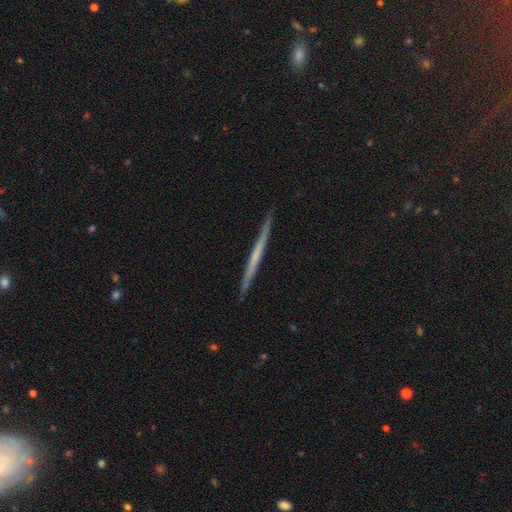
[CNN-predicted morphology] Smooth or featured?
  - featured or disk: 59% *
  - smooth: 36%
  - star or artifact: 5%
Edge-on disk?
  - yes: 98% *
  - no: 2%
Edge-on bulge?
  - none: 88% *
  - rounded: 8%
  - boxy: 4%
Merging?
  - none: 91% *
  - minor disturbance: 6%
  - major disturbance: 1%
  - merger: 1%